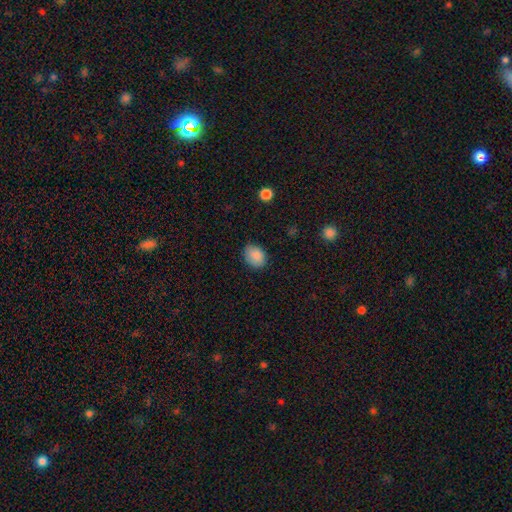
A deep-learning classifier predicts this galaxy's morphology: smooth_or_featured: smooth (p=0.88) [alt: star or artifact p=0.08]
how_rounded: in between (p=0.61) [alt: round p=0.38]
merging: none (p=0.79) [alt: minor disturbance p=0.17]